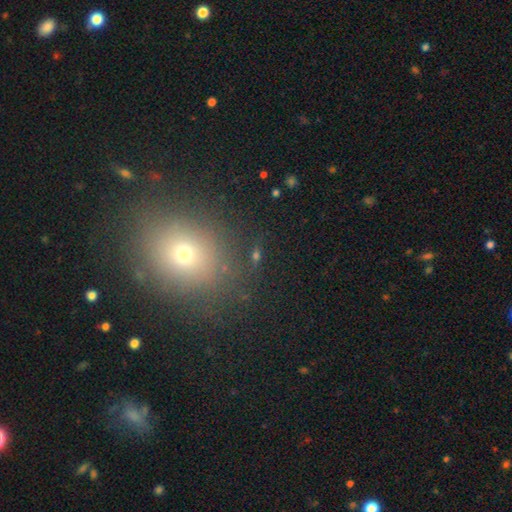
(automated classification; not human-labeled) Smooth or featured?
  - smooth: 61% *
  - star or artifact: 28%
  - featured or disk: 11%
How rounded?
  - round: 63% *
  - in between: 36%
  - cigar-shaped: 1%
Merging?
  - none: 83% *
  - minor disturbance: 10%
  - major disturbance: 4%
  - merger: 3%